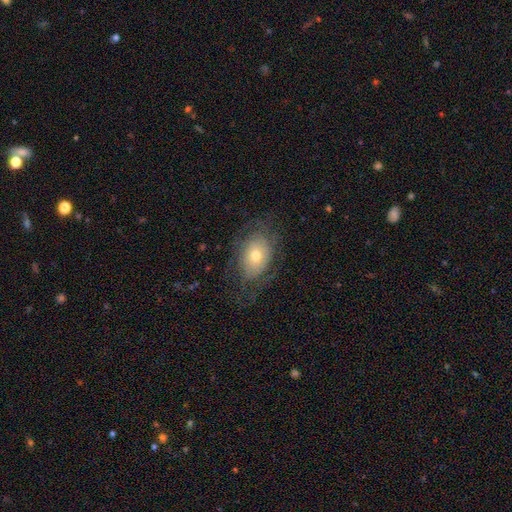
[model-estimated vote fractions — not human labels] smooth_or_featured: featured or disk (p=0.53) [alt: smooth p=0.38]
disk_edge_on: no (p=0.94) [alt: yes p=0.06]
bar: no (p=0.83) [alt: weak p=0.14]
has_spiral_arms: yes (p=0.67) [alt: no p=0.33]
bulge_size: moderate (p=0.57) [alt: small p=0.34]
merging: none (p=0.64) [alt: minor disturbance p=0.19]